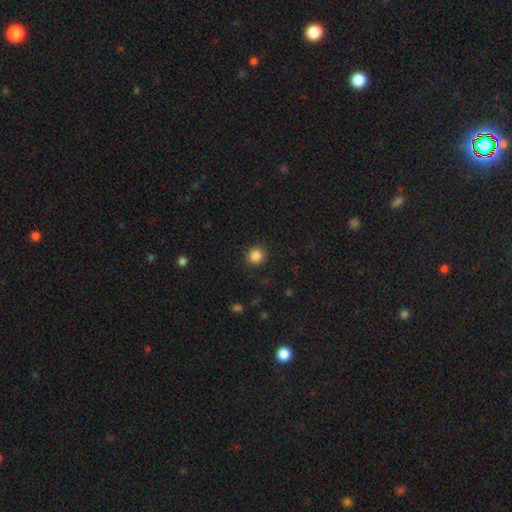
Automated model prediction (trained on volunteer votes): This appears to be a smooth galaxy with no disk features (86%) that is round (88%). Merging: none (91%).